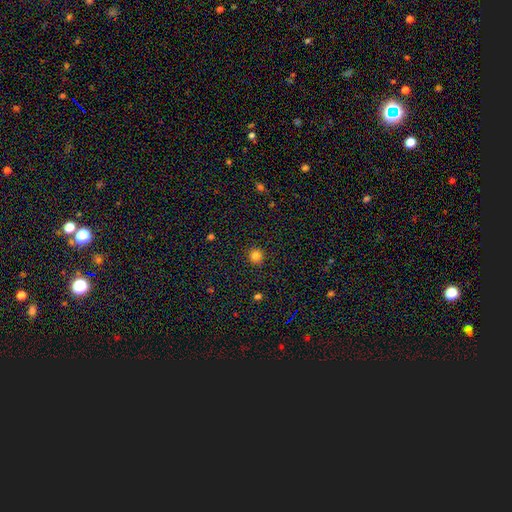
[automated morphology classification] This appears to be a smooth galaxy with no disk features (83%) that is round (94%). Merging: none (92%).